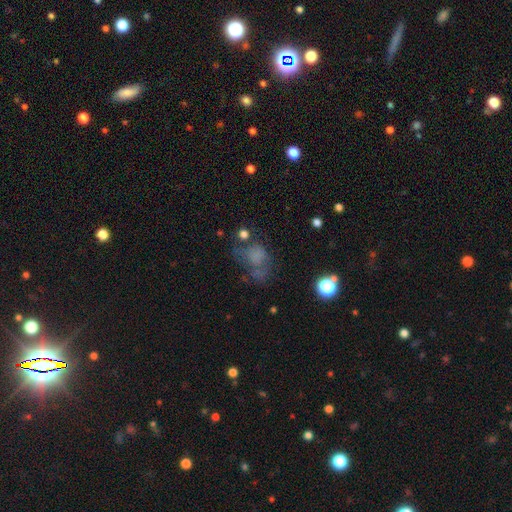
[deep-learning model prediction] A smooth galaxy with no disk features (52%) that is in between round and cigar-shaped (53%).

Vote fractions:
- Smooth or featured? smooth: 52% / featured or disk: 27% / star or artifact: 20%
- How rounded? in between: 53% / round: 46% / cigar-shaped: 2%
- Merging? none: 36% / major disturbance: 33% / minor disturbance: 21% / merger: 9%